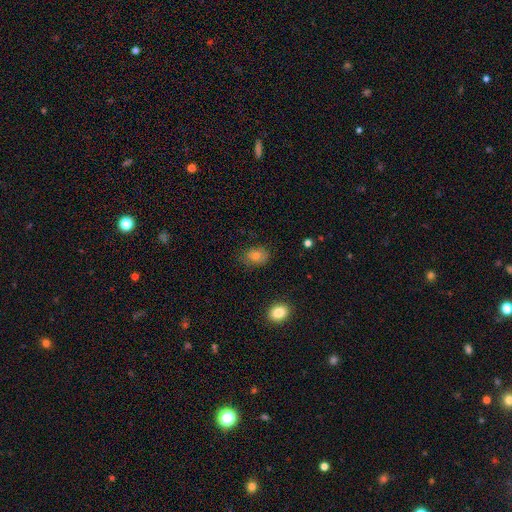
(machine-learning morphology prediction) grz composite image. It shows a smooth galaxy with no disk features (78%) that is in between round and cigar-shaped (69%). Merging: none (79%).